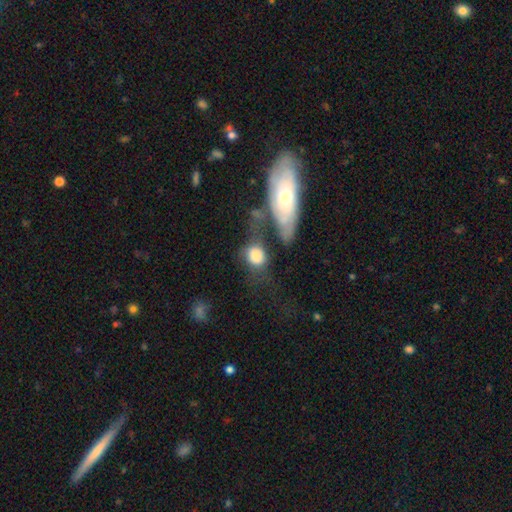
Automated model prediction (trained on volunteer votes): The model was most divided on "merging": merger: 32%, none: 30%, major disturbance: 21%, minor disturbance: 17%. More confident: smooth or featured — smooth (74%); how rounded — round (58%).